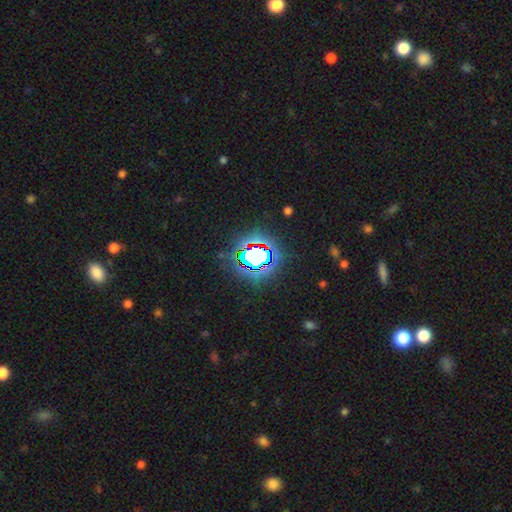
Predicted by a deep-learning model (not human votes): A star or artifact, not a galaxy (69%).